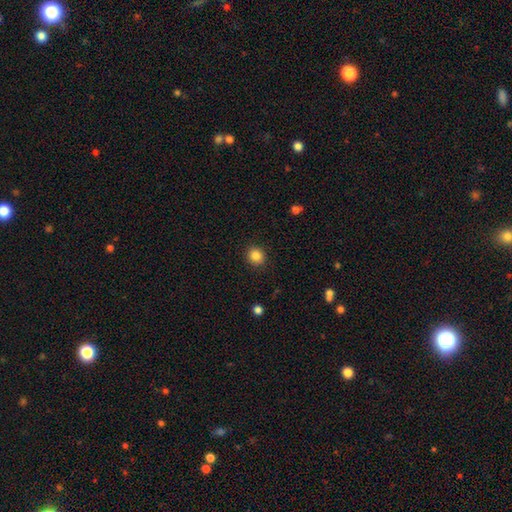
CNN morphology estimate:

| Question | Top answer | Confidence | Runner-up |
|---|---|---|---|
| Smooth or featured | smooth | 86% | star or artifact (10%) |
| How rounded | round | 84% | in between (15%) |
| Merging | none | 90% | minor disturbance (7%) |